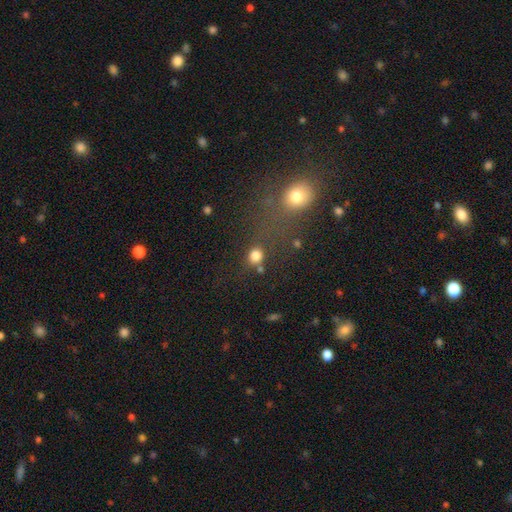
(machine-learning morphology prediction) smooth_or_featured: smooth (p=0.81) [alt: star or artifact p=0.13]
how_rounded: round (p=0.81) [alt: in between p=0.18]
merging: none (p=0.71) [alt: merger p=0.13]